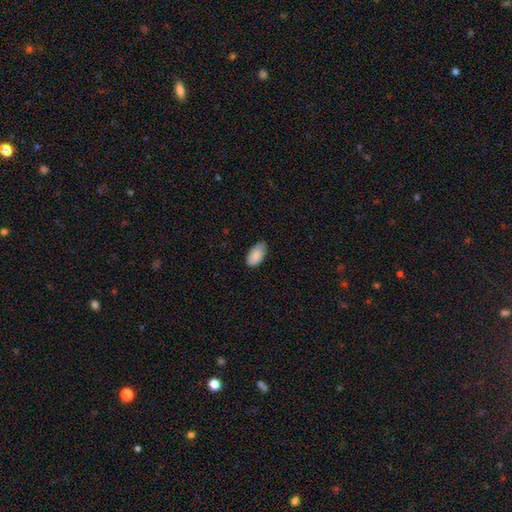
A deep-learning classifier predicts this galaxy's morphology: smooth-or-featured: smooth: 89% | star or artifact: 6% | featured or disk: 5%
  how-rounded: in between: 95% | round: 3% | cigar-shaped: 2%
  merging: none: 76% | minor disturbance: 20% | major disturbance: 3% | merger: 1%